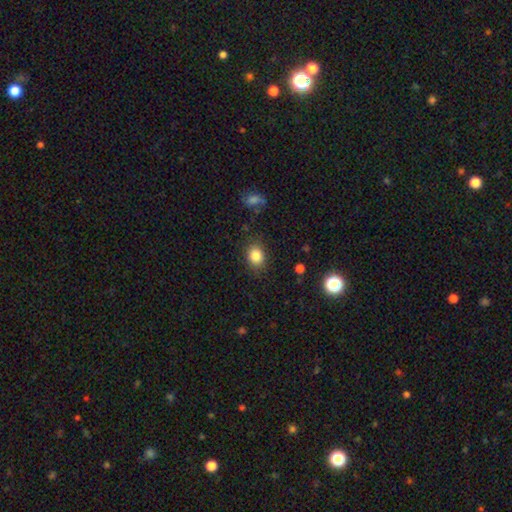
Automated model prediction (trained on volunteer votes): A smooth galaxy with no disk features (84%) that is in between round and cigar-shaped (51%). Merging: none (83%).